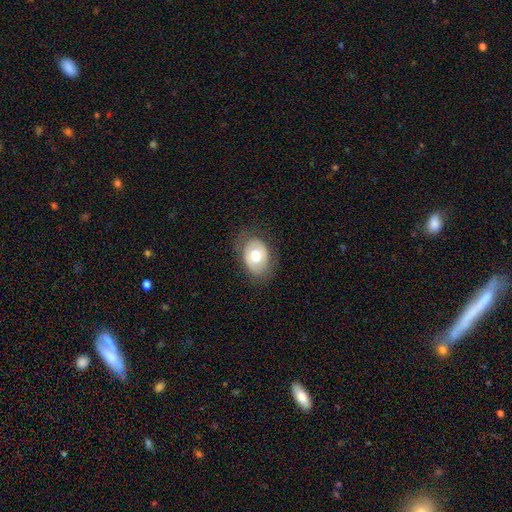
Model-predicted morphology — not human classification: A smooth galaxy with no disk features (58%) that is in between round and cigar-shaped (75%). Merging: none (75%).